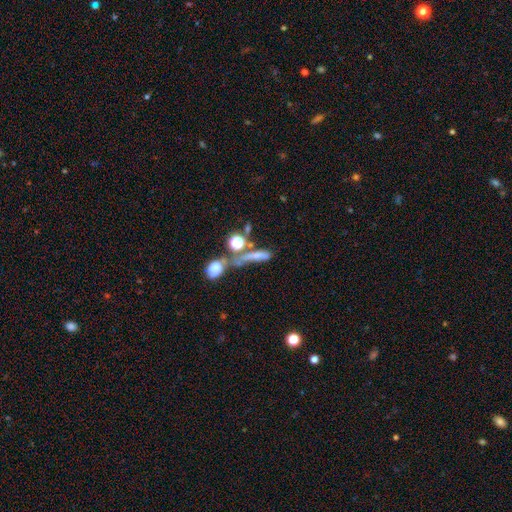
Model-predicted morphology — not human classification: Smooth or featured?
  - smooth: 53% *
  - featured or disk: 27%
  - star or artifact: 20%
How rounded?
  - cigar-shaped: 50% *
  - in between: 31%
  - round: 20%
Merging?
  - merger: 37% *
  - none: 30%
  - major disturbance: 18%
  - minor disturbance: 14%